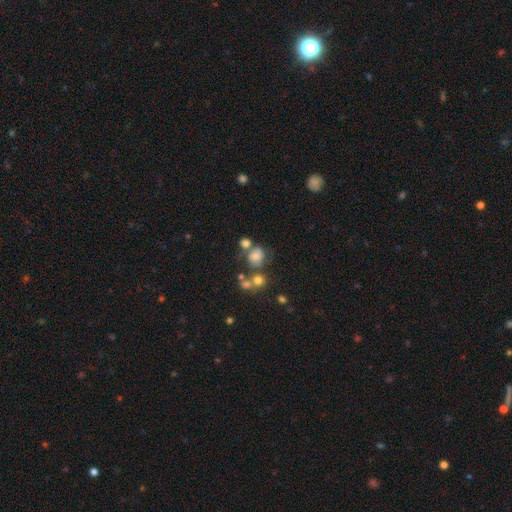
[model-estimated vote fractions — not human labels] This appears to be a smooth galaxy with no disk features (57%) that is round (71%). Merging: none (43%).